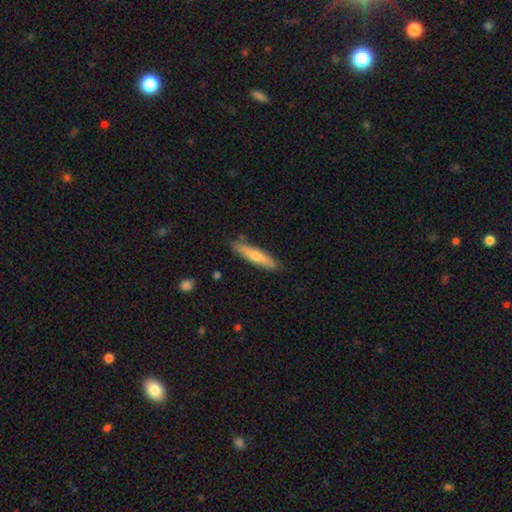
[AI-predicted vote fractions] This appears to be a smooth galaxy with no disk features (63%) that is cigar-shaped (88%). Merging: none (86%).